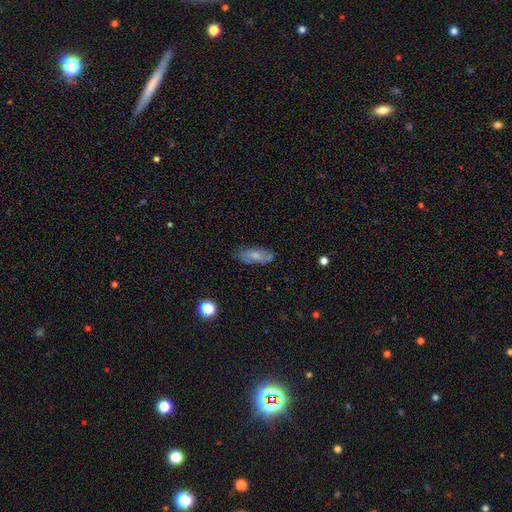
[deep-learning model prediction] smooth 61%, featured or disk 30%, star or artifact 9%. Down the decision tree: how rounded — in between (75%); merging — none (71%).